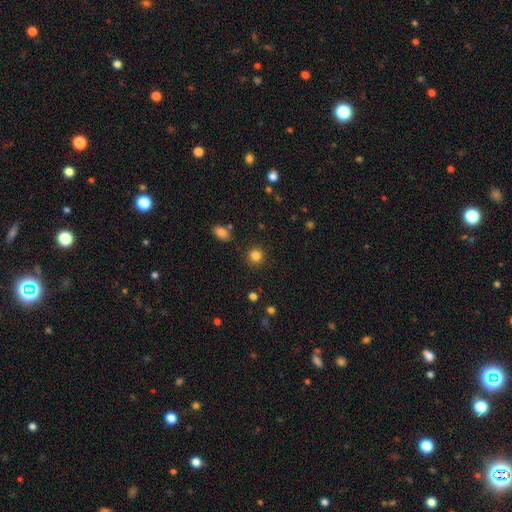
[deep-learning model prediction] Overall: smooth (84%). How rounded: round (91%). Merging: none (89%).